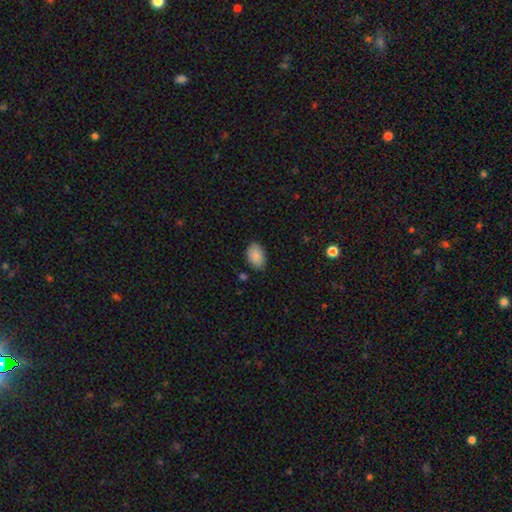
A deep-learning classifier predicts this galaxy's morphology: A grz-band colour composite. It shows a smooth galaxy with no disk features (89%) that is in between round and cigar-shaped (87%). Merging: none (81%).